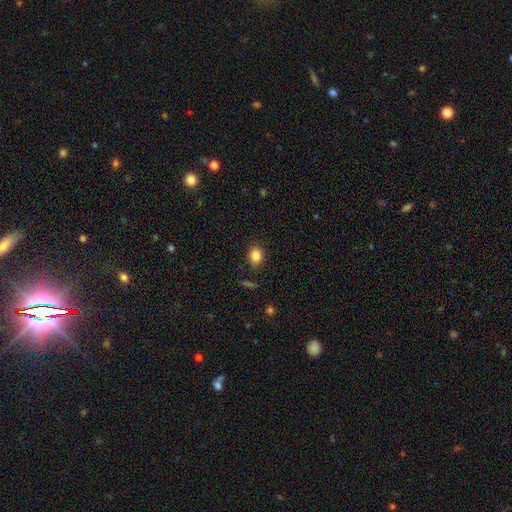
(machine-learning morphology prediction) The model was most divided on "how rounded": in between: 50%, round: 49%, cigar-shaped: 1%. More confident: merging — none (87%); smooth or featured — smooth (84%).